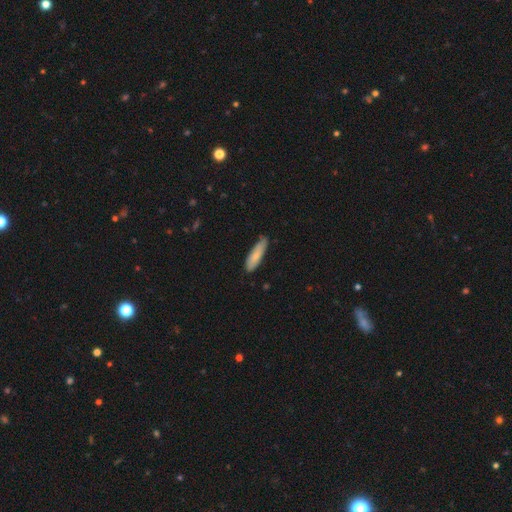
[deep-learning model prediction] Smooth or featured? smooth (76%)
How rounded? cigar-shaped (61%)
Merging? none (71%)